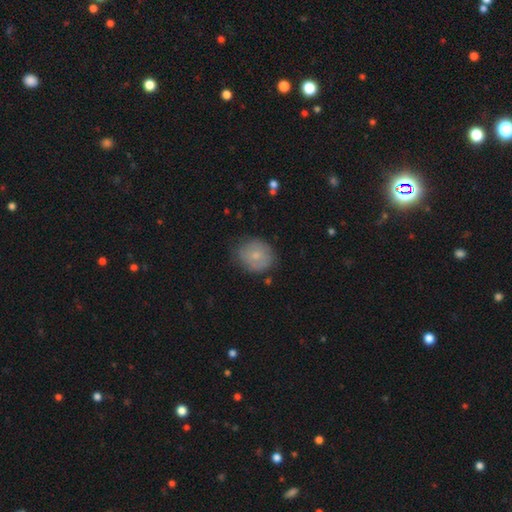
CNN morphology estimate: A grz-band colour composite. It shows a smooth galaxy with no disk features (71%) that is round (74%). Merging: none (73%).